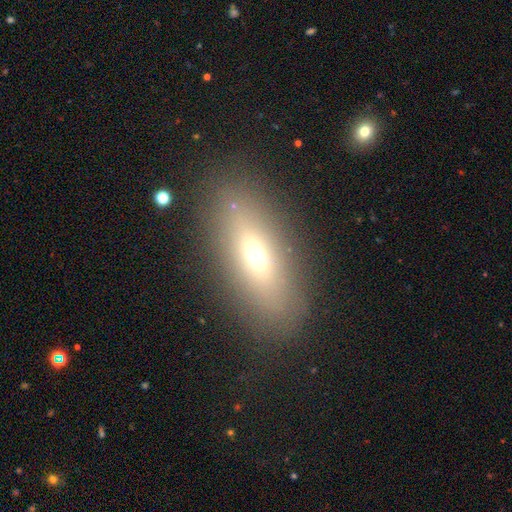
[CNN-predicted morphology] Overall: smooth (60%; featured or disk 28%). How rounded: in between (67%; cigar-shaped 28%). Merging: none (83%).